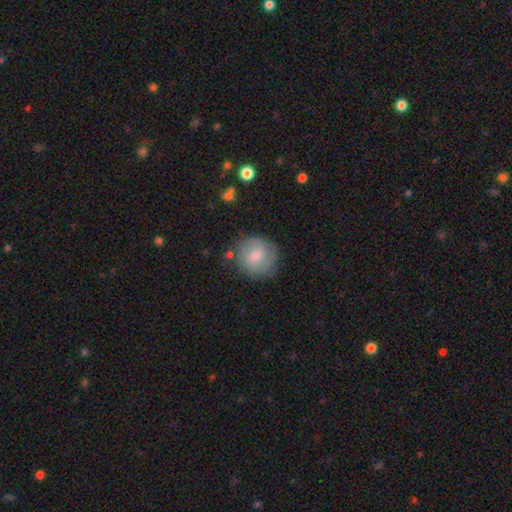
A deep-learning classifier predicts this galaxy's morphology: Smooth or featured?
  - smooth: 59% *
  - featured or disk: 34%
  - star or artifact: 7%
How rounded?
  - round: 87% *
  - in between: 12%
  - cigar-shaped: 1%
Merging?
  - none: 74% *
  - minor disturbance: 17%
  - major disturbance: 6%
  - merger: 3%